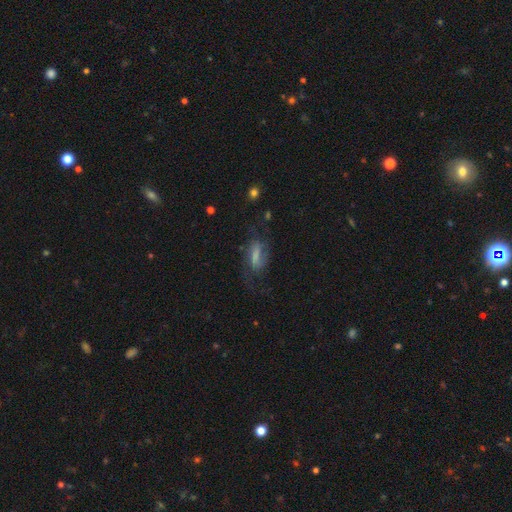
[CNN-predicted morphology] The model was most divided on "smooth or featured": featured or disk: 48%, smooth: 42%, star or artifact: 10%. Remaining: merging — none (47%).